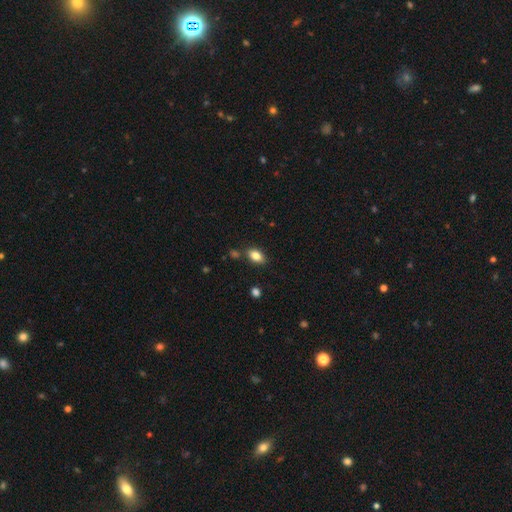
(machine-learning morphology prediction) The model was most divided on "merging": none: 80%, minor disturbance: 12%, merger: 5%, major disturbance: 3%. More confident: how rounded — in between (89%); smooth or featured — smooth (83%).